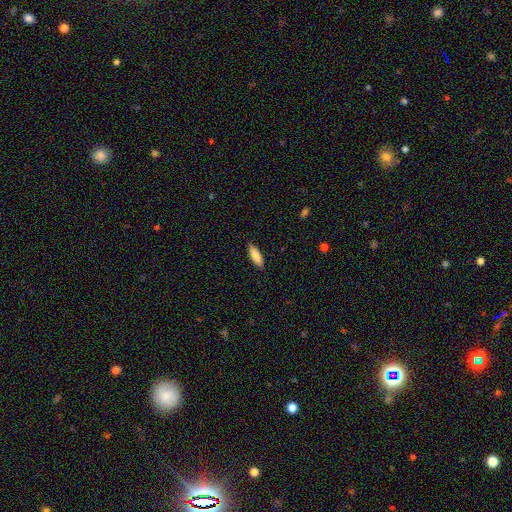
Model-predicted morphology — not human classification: The model was most divided on "how rounded": in between: 58%, cigar-shaped: 41%, round: 2%. More confident: merging — none (88%); smooth or featured — smooth (84%).